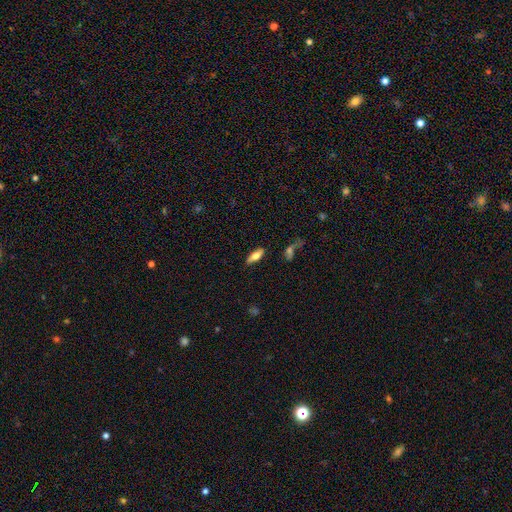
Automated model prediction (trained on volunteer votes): A smooth galaxy with no disk features (58%) that is in between round and cigar-shaped (68%).

Vote fractions:
- Smooth or featured? smooth: 58% / featured or disk: 35% / star or artifact: 7%
- How rounded? in between: 68% / cigar-shaped: 29% / round: 3%
- Merging? none: 84% / minor disturbance: 11% / major disturbance: 3% / merger: 3%